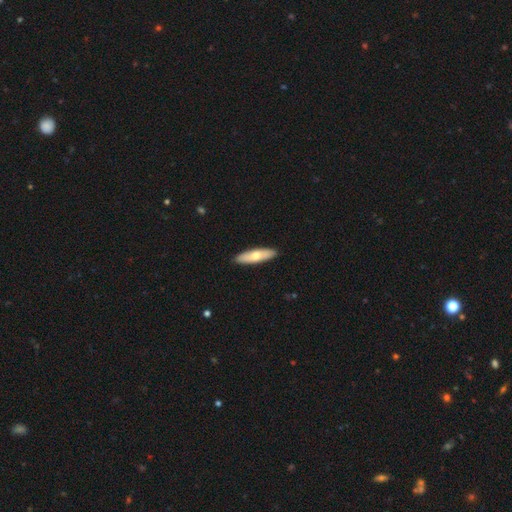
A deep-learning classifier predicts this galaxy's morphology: Smooth or featured? smooth (64%)
How rounded? cigar-shaped (64%)
Merging? none (90%)